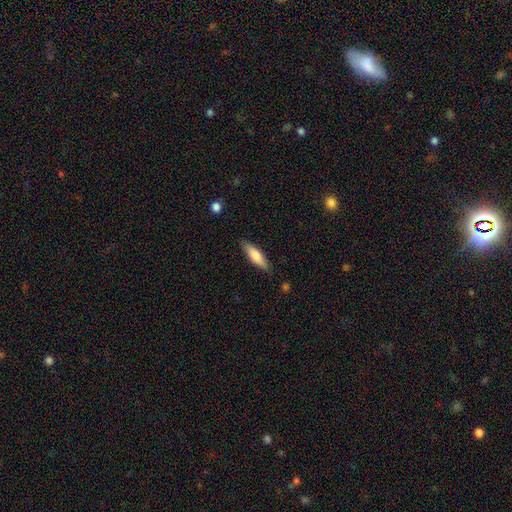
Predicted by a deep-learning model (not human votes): smooth-or-featured: smooth: 73% | featured or disk: 21% | star or artifact: 6%
  how-rounded: cigar-shaped: 59% | in between: 39% | round: 2%
  merging: none: 83% | minor disturbance: 13% | major disturbance: 3% | merger: 1%